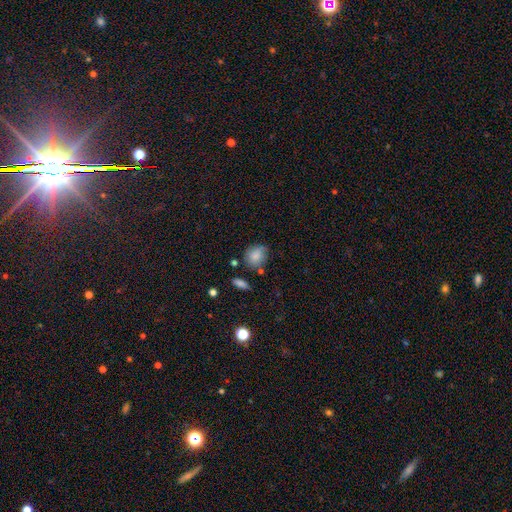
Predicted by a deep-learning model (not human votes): Smooth or featured? Predicted: smooth (p=0.81). How rounded? Predicted: round (p=0.68). Merging? Predicted: none (p=0.64).